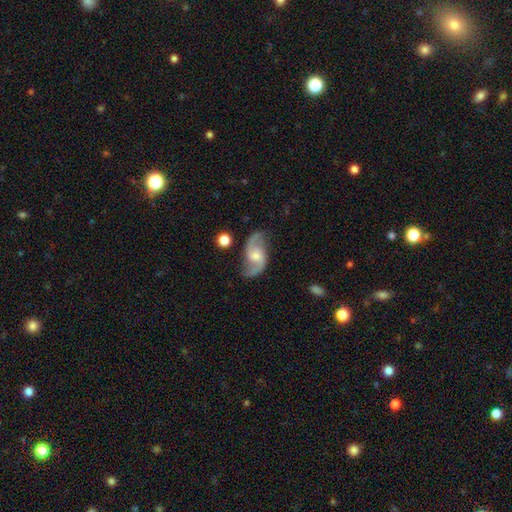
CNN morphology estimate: Overall: featured or disk (85%). Edge-on disk: no (97%). Bar: no (51%; weak 41%). Spiral arms: yes (96%). Spiral arm count: 2 (93%). Spiral winding: loose (57%; medium 35%). Bulge size: moderate (50%; small 37%). Merging: none (76%).